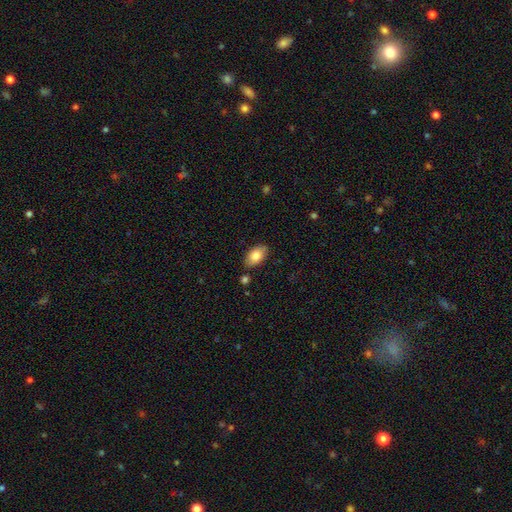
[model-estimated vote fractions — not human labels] The model was most divided on "merging": none: 82%, minor disturbance: 12%, merger: 3%, major disturbance: 2%. More confident: how rounded — in between (93%); smooth or featured — smooth (82%).